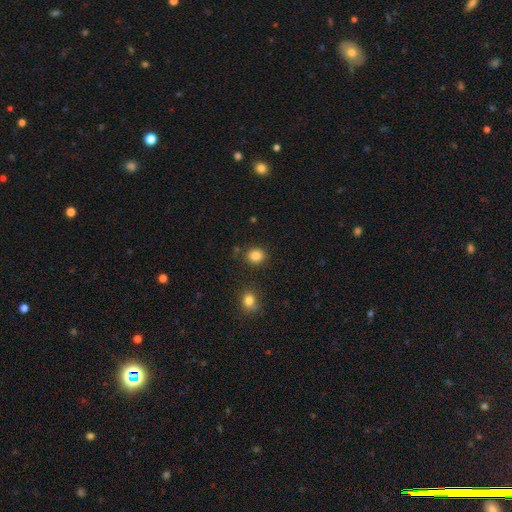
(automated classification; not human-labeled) smooth_or_featured: smooth (p=0.85) [alt: star or artifact p=0.11]
how_rounded: round (p=0.69) [alt: in between p=0.30]
merging: none (p=0.84) [alt: minor disturbance p=0.09]